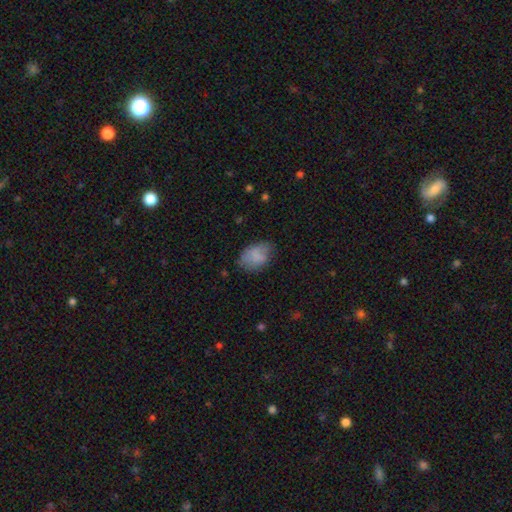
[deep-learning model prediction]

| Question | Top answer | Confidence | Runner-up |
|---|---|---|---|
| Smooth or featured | smooth | 79% | featured or disk (13%) |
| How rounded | in between | 83% | round (16%) |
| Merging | none | 64% | minor disturbance (26%) |